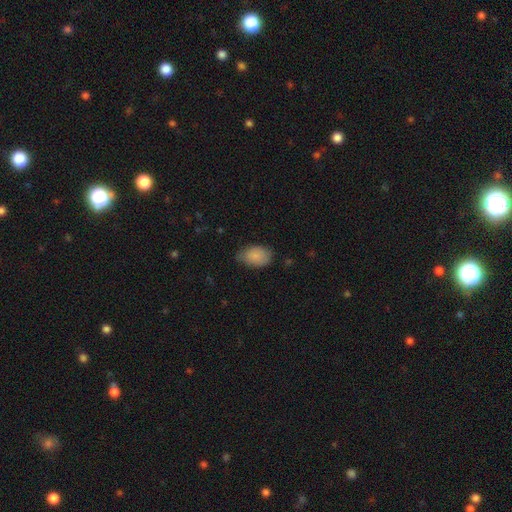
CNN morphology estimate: This appears to be a smooth galaxy with no disk features (86%) that is in between round and cigar-shaped (88%). Merging: none (65%).